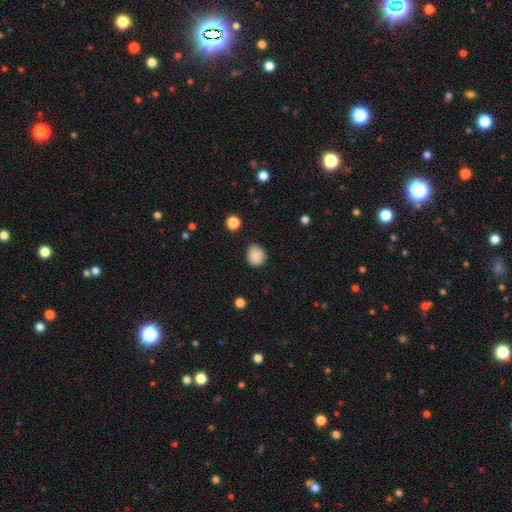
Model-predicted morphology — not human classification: A smooth galaxy with no disk features (86%) that is round (72%). Merging: none (82%).